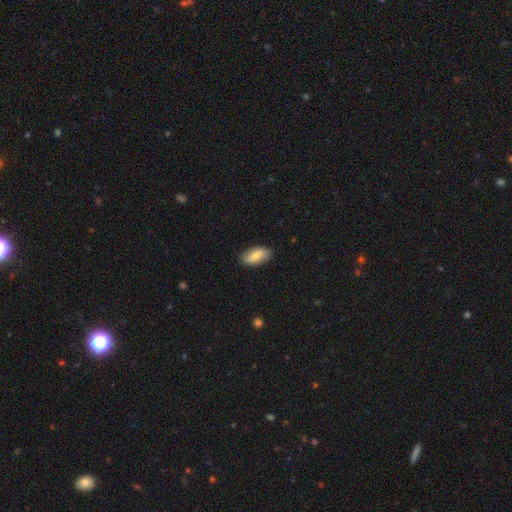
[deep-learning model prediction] A smooth galaxy with no disk features (80%) that is in between round and cigar-shaped (92%). Merging: none (85%).